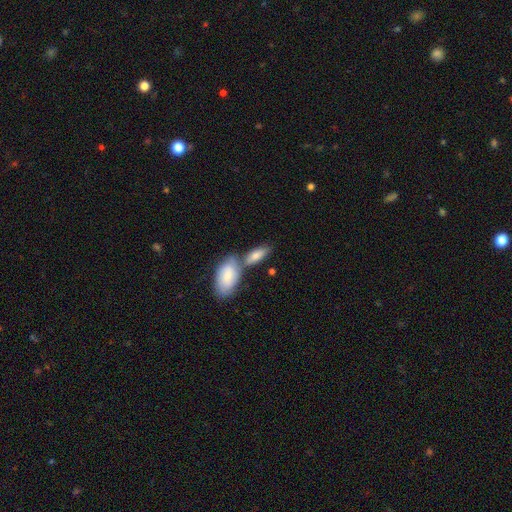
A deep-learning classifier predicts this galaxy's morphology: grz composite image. It shows a smooth galaxy with no disk features (74%) that is in between round and cigar-shaped (78%). Merging: none (43%).